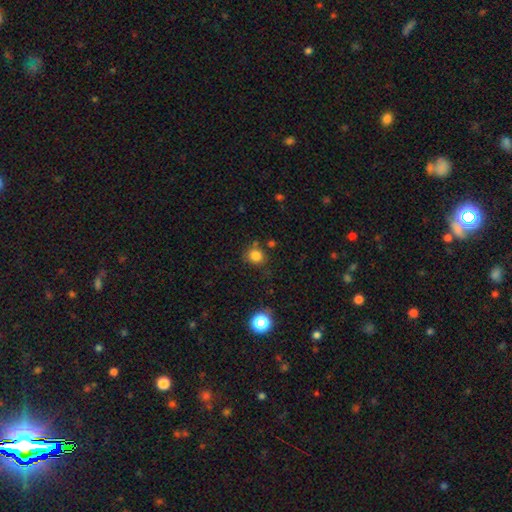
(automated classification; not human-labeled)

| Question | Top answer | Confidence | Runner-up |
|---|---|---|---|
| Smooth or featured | smooth | 82% | star or artifact (13%) |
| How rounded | round | 81% | in between (18%) |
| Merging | none | 75% | minor disturbance (14%) |